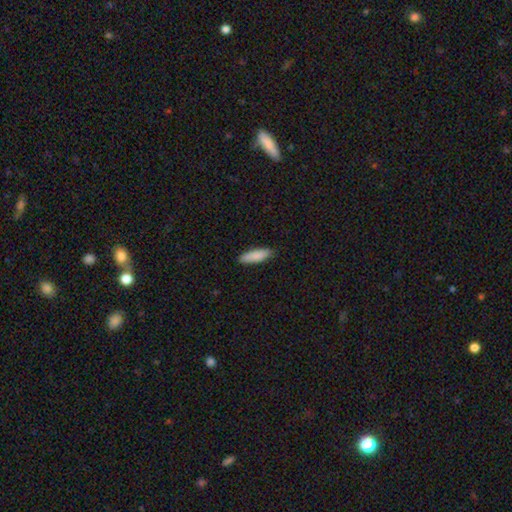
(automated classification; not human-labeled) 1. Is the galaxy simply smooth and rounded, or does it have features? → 88% smooth, 6% featured or disk, 6% star or artifact.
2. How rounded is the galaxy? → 55% cigar-shaped, 43% in between, 2% round.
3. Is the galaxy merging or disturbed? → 87% none, 10% minor disturbance, 2% major disturbance, 1% merger.